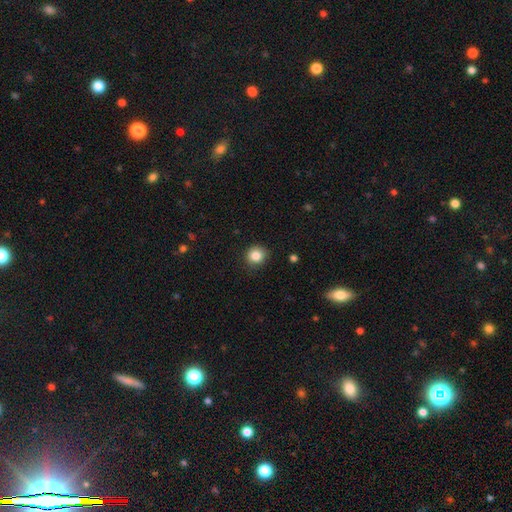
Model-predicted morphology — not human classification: Overall: smooth (84%). How rounded: round (89%). Merging: none (87%).